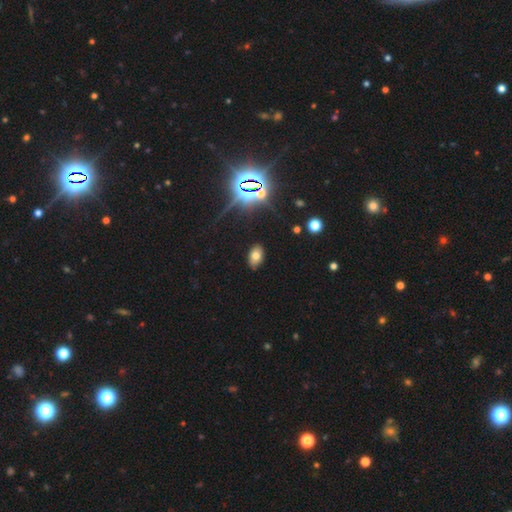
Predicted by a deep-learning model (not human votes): Smooth or featured? smooth (68%)
How rounded? in between (91%)
Merging? none (87%)